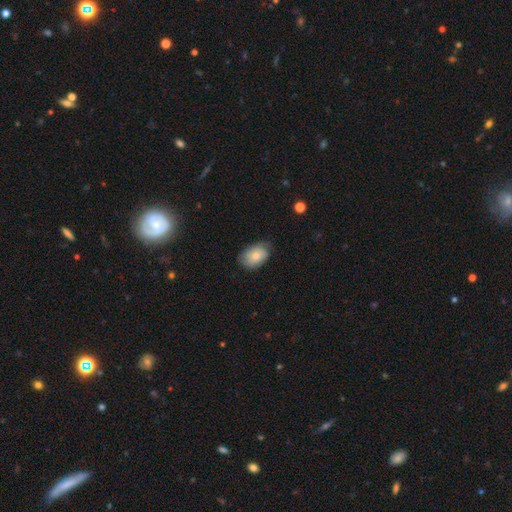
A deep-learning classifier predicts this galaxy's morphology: This appears to be a smooth galaxy with no disk features (74%) that is in between round and cigar-shaped (85%). Merging: none (66%).